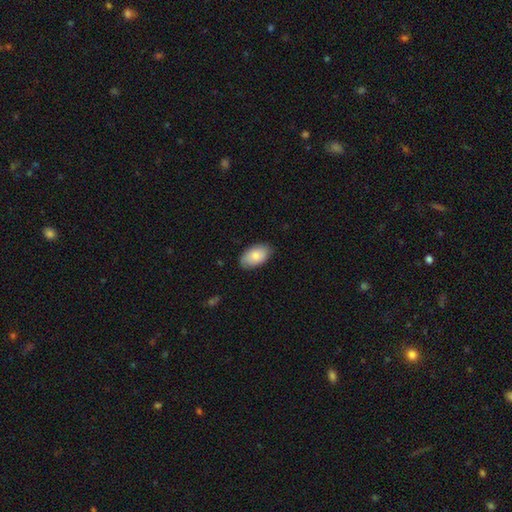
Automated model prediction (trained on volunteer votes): Smooth or featured? smooth (82%)
How rounded? in between (94%)
Merging? none (83%)